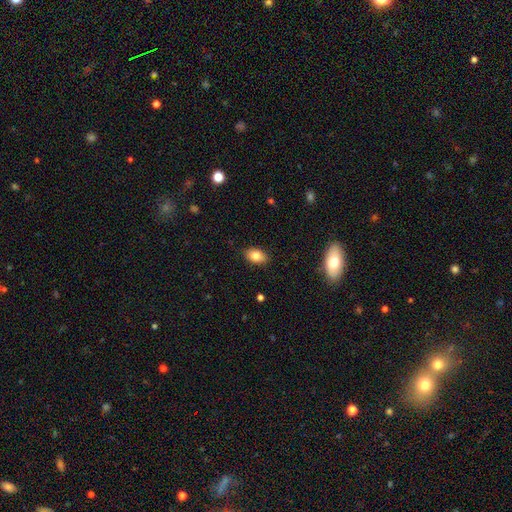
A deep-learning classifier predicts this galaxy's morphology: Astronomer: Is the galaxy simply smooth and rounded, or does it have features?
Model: smooth — 83%.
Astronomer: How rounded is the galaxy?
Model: in between — 85%.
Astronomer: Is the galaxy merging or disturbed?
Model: none — 87%.